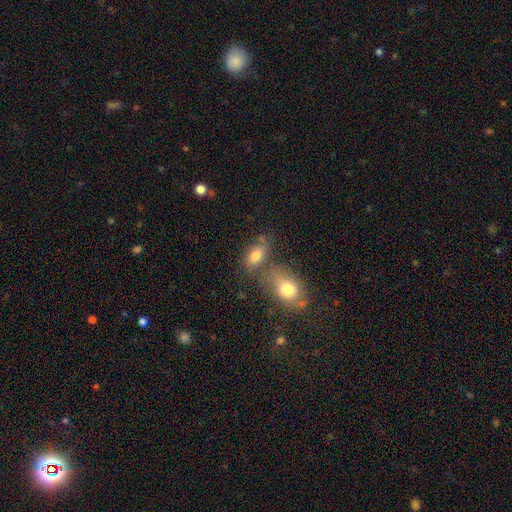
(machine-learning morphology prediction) This is likely a smooth galaxy (77%). How rounded: clearly in between (86%). Merging: possibly none (52%).